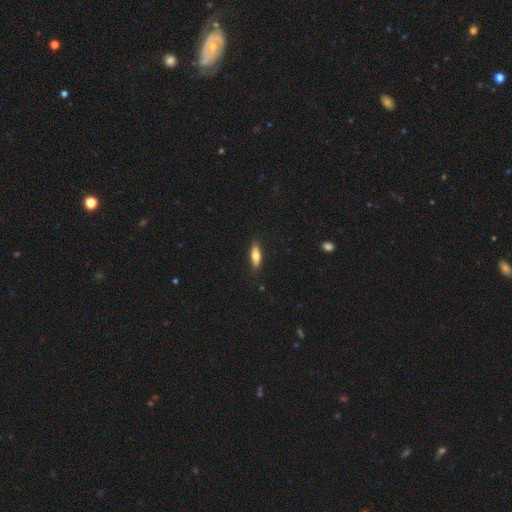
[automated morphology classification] smooth_or_featured: smooth (p=0.70) [alt: featured or disk p=0.24]
how_rounded: in between (p=0.61) [alt: cigar-shaped p=0.37]
merging: none (p=0.86) [alt: minor disturbance p=0.11]